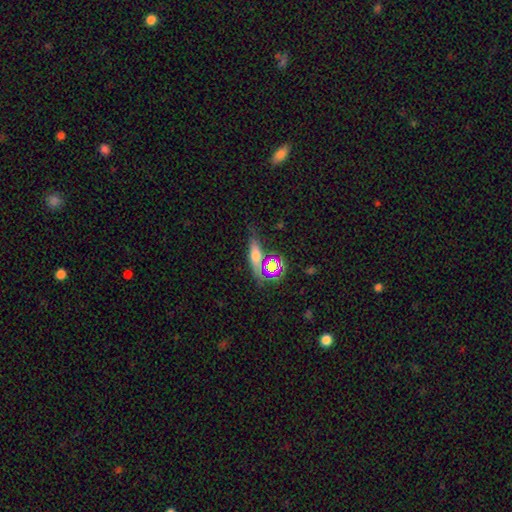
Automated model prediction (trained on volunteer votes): Morphology: type=smooth (52%); roundness=cigar-shaped (49%); merging=none (65%).